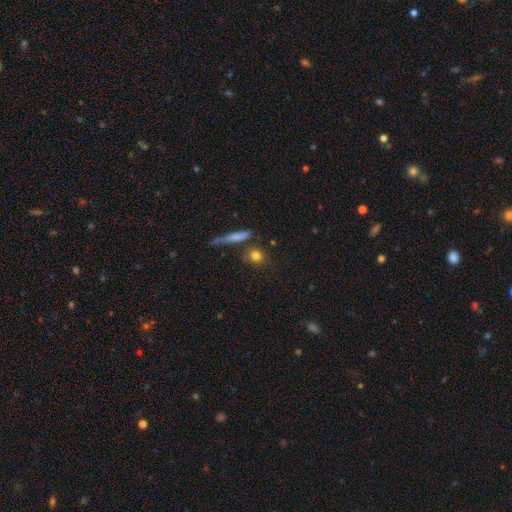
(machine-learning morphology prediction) Smooth or featured? Predicted: smooth (p=0.78). How rounded? Predicted: round (p=0.74). Merging? Predicted: none (p=0.75).